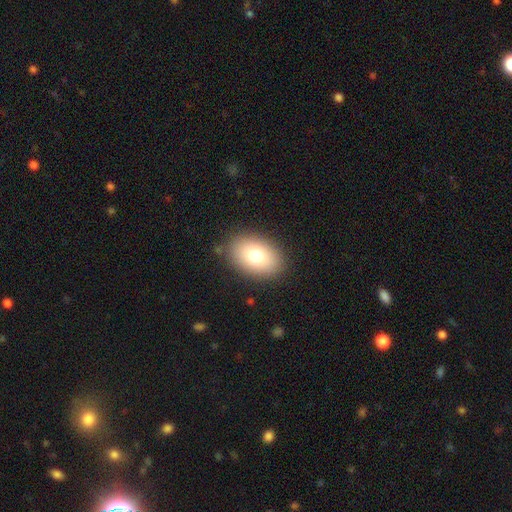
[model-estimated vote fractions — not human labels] A smooth galaxy with no disk features (76%) that is in between round and cigar-shaped (83%). Merging: none (86%).